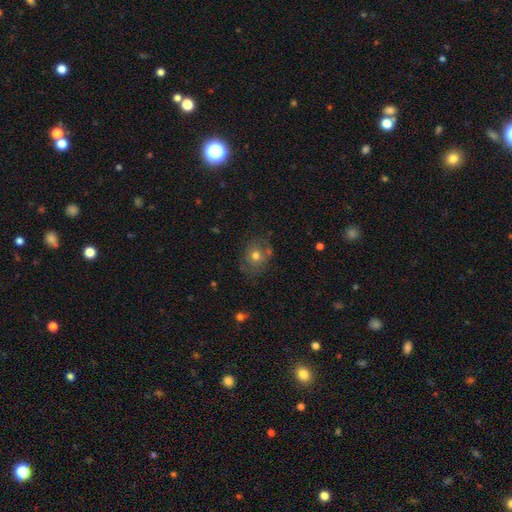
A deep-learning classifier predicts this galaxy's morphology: Smooth or featured?
  - smooth: 62% *
  - featured or disk: 27%
  - star or artifact: 11%
How rounded?
  - round: 62% *
  - in between: 37%
  - cigar-shaped: 1%
Merging?
  - none: 68% *
  - minor disturbance: 19%
  - major disturbance: 8%
  - merger: 5%